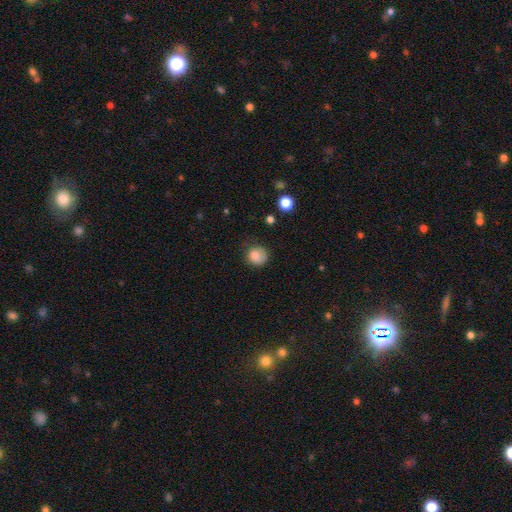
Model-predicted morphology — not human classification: A smooth galaxy with no disk features (81%) that is round (83%). Merging: none (64%).